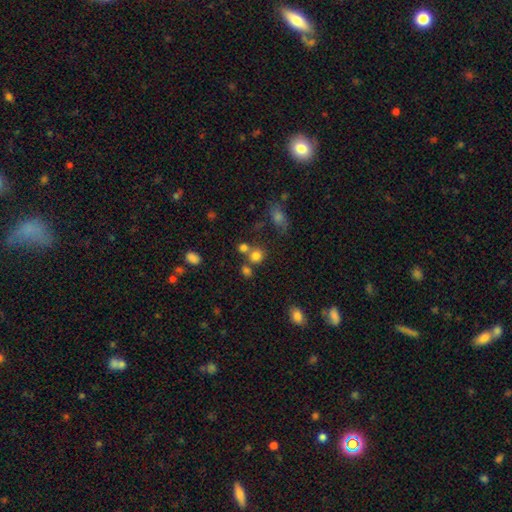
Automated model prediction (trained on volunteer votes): Morphology: type=smooth (77%); roundness=round (83%); merging=none (58%).